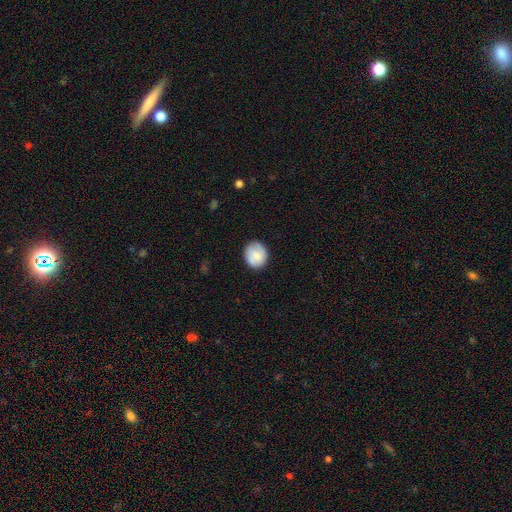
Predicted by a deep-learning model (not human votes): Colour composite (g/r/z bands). It shows a smooth galaxy with no disk features (74%) that is round (74%). Merging: none (81%).